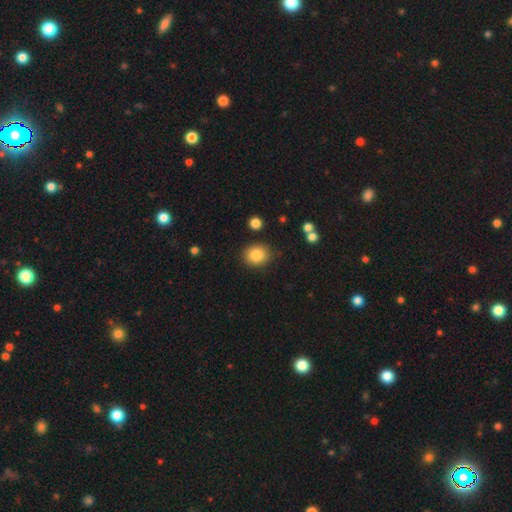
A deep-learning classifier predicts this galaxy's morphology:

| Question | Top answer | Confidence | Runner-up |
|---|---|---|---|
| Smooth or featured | smooth | 85% | star or artifact (9%) |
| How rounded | round | 69% | in between (30%) |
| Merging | none | 86% | minor disturbance (9%) |